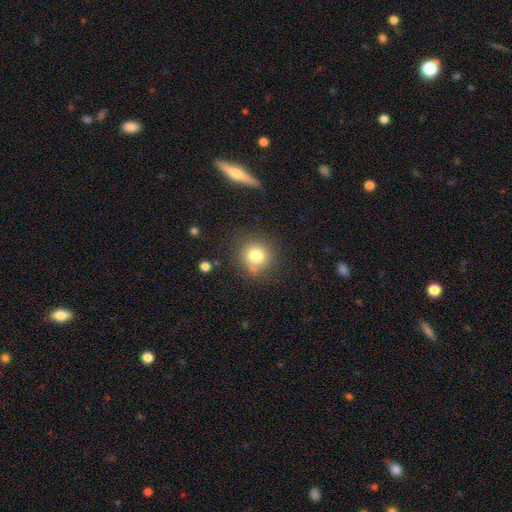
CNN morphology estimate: A smooth galaxy with no disk features (78%) that is round (90%). Merging: none (80%).